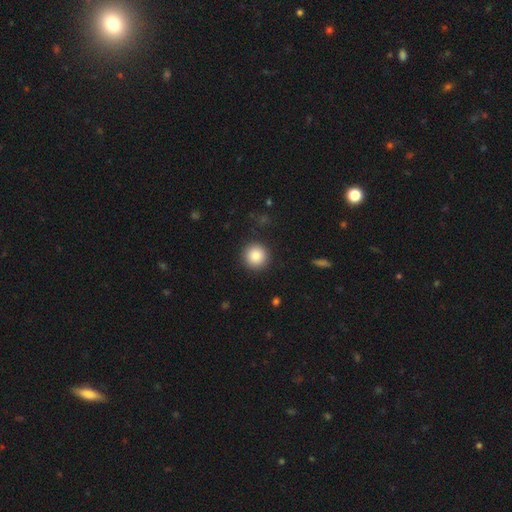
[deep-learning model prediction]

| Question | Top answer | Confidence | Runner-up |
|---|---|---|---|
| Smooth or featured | smooth | 87% | star or artifact (9%) |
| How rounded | round | 95% | in between (4%) |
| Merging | none | 91% | minor disturbance (5%) |